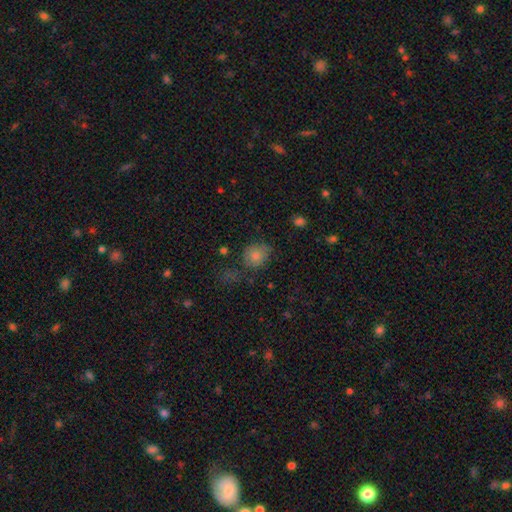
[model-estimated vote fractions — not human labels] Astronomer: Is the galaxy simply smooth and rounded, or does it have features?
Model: smooth — 79%.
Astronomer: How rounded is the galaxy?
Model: round — 66%.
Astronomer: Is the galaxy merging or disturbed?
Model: none — 61%.